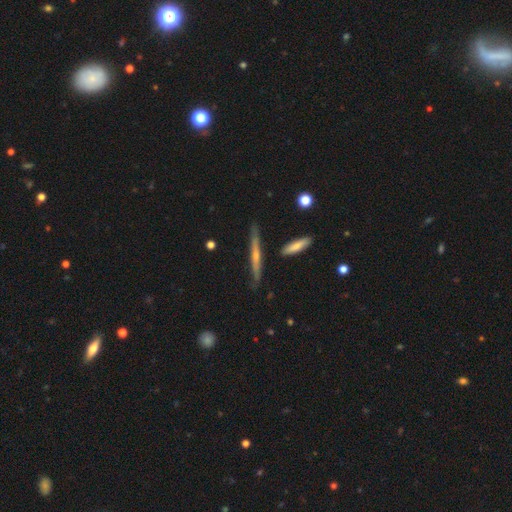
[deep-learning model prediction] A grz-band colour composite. It shows a featured or disk galaxy (67%) viewed edge-on (95%) with a rounded central bulge (61%). Merging: none (82%).